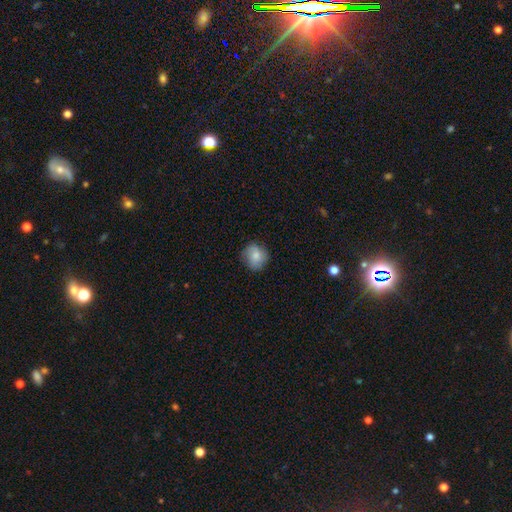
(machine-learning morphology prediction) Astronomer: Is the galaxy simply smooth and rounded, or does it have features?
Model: smooth — 78%.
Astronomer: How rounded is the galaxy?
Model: round — 81%.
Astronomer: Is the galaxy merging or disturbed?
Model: none — 80%.